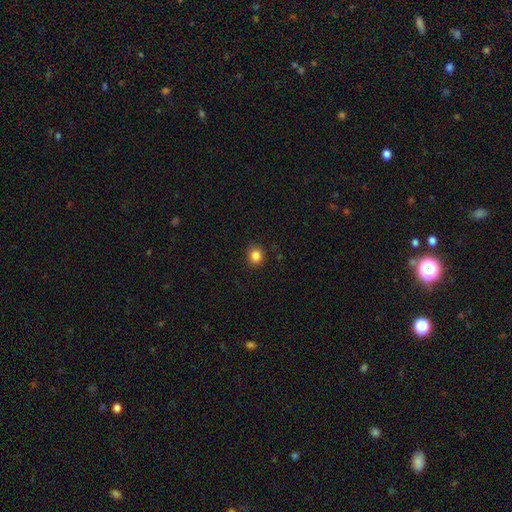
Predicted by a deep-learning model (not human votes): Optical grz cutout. It shows a smooth galaxy with no disk features (85%) that is round (81%). Merging: none (88%).